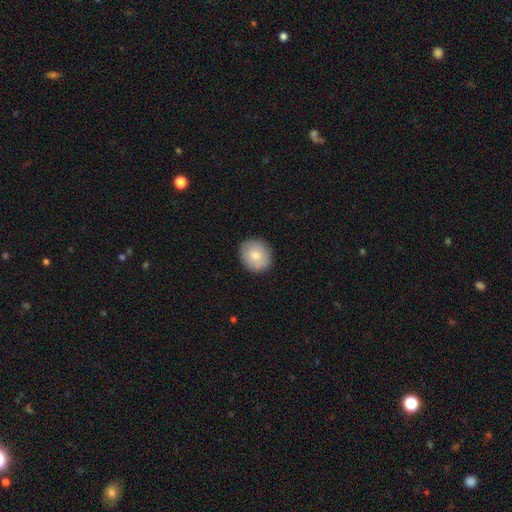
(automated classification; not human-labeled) Morphology: type=smooth (79%); roundness=round (75%); merging=none (87%).